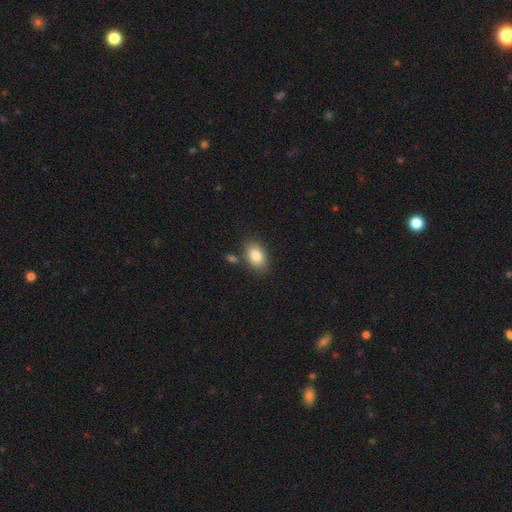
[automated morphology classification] smooth_or_featured: smooth (p=0.84) [alt: featured or disk p=0.08]
how_rounded: in between (p=0.87) [alt: round p=0.11]
merging: none (p=0.79) [alt: minor disturbance p=0.11]